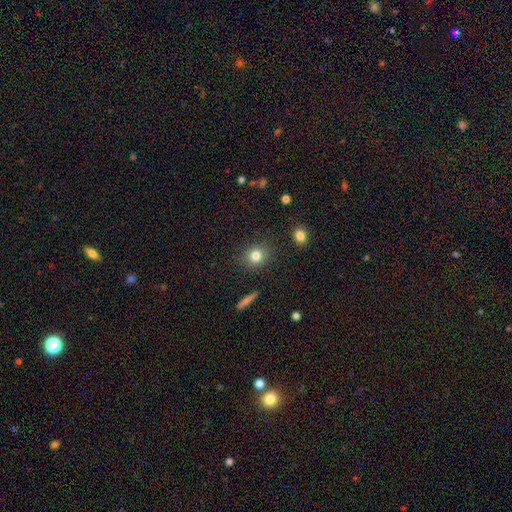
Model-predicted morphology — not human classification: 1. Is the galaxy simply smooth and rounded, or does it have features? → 80% smooth, 12% star or artifact, 9% featured or disk.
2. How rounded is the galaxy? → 81% round, 17% in between, 1% cigar-shaped.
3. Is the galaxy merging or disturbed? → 87% none, 8% minor disturbance, 3% major disturbance, 2% merger.